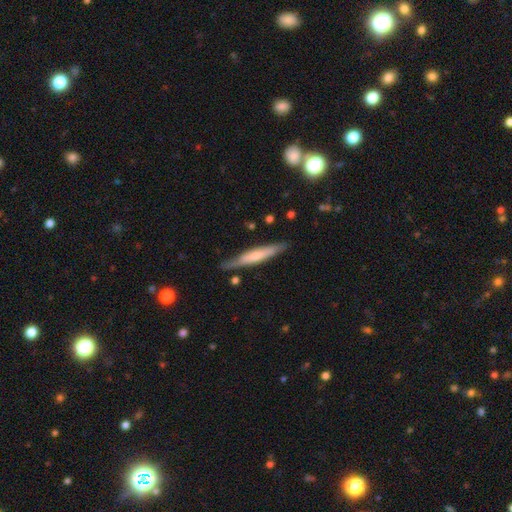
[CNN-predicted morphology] Smooth or featured? Predicted: smooth (p=0.51). How rounded? Predicted: cigar-shaped (p=0.92). Merging? Predicted: none (p=0.81).